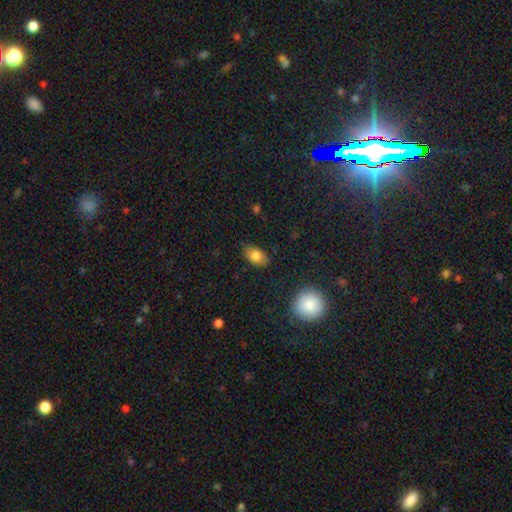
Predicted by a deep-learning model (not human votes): Q: Smooth or featured?
A: smooth (80%); runner-up: featured or disk (11%)
Q: How rounded?
A: in between (86%); runner-up: round (11%)
Q: Merging?
A: none (78%); runner-up: minor disturbance (17%)